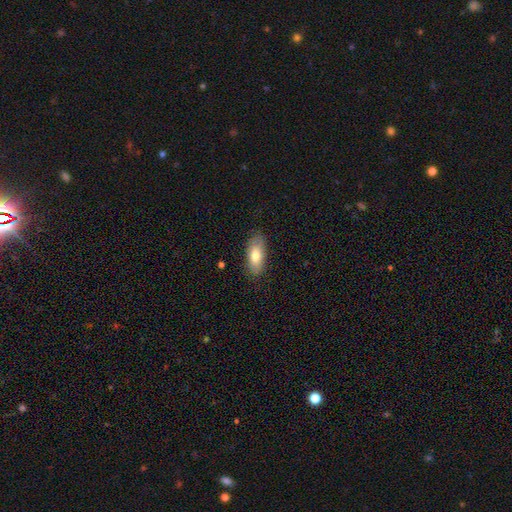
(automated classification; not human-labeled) Overall: smooth (77%). How rounded: in between (83%). Merging: none (83%).